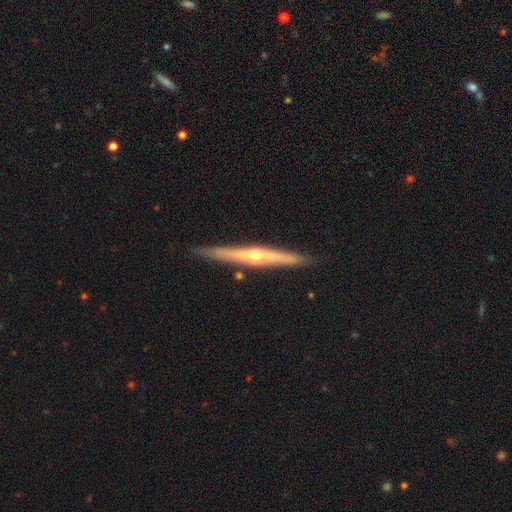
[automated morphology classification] featured or disk 77%, smooth 18%, star or artifact 6%. Down the decision tree: edge-on disk — yes (97%); edge-on bulge — rounded (84%); merging — none (90%).